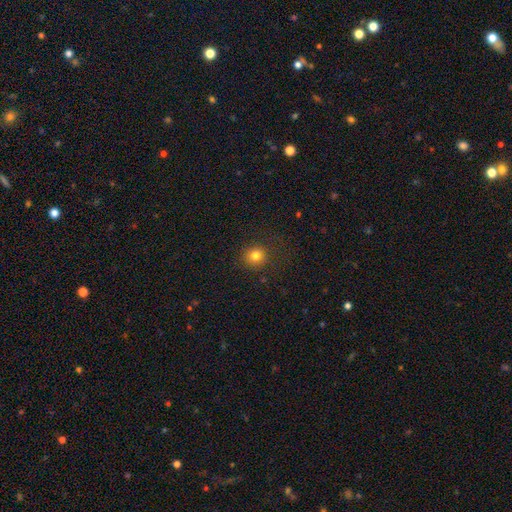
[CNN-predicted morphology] Smooth or featured?
  - smooth: 80% *
  - star or artifact: 14%
  - featured or disk: 6%
How rounded?
  - round: 91% *
  - in between: 8%
  - cigar-shaped: 1%
Merging?
  - none: 87% *
  - minor disturbance: 8%
  - major disturbance: 3%
  - merger: 1%